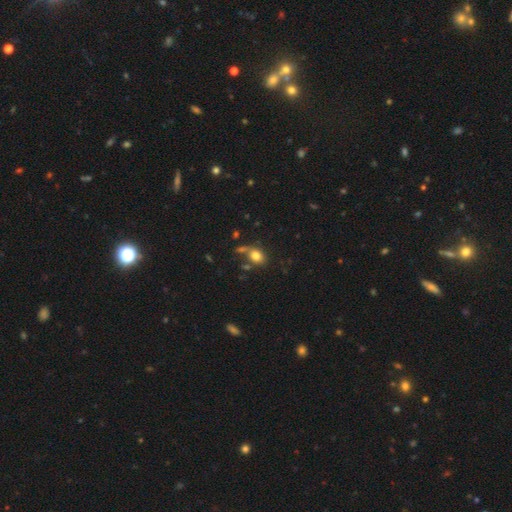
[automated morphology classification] This is likely a smooth galaxy (80%). How rounded: likely in between (65%). Merging: possibly none (55%).